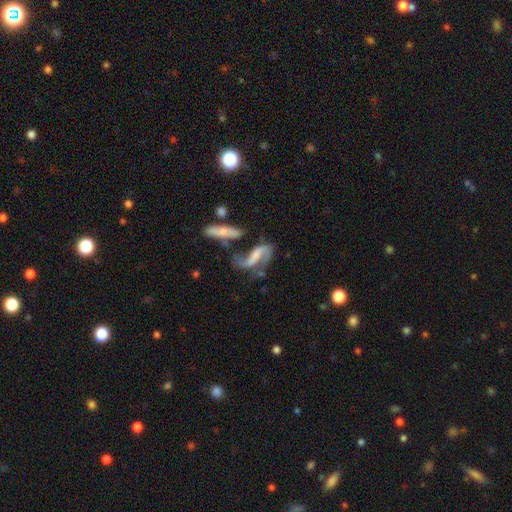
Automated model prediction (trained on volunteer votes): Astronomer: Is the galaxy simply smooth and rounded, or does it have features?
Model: featured or disk — 76%.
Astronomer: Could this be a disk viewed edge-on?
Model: no — 90%.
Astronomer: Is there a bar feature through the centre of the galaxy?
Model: weak — 38% (runner-up: strong, 32%).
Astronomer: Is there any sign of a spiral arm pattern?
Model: yes — 89%.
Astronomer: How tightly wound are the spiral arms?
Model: loose — 65%.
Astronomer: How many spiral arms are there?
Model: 2 — 86%.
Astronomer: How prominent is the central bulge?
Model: none — 40% (runner-up: small, 25%).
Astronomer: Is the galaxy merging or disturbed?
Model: none — 41% (runner-up: major disturbance, 20%).